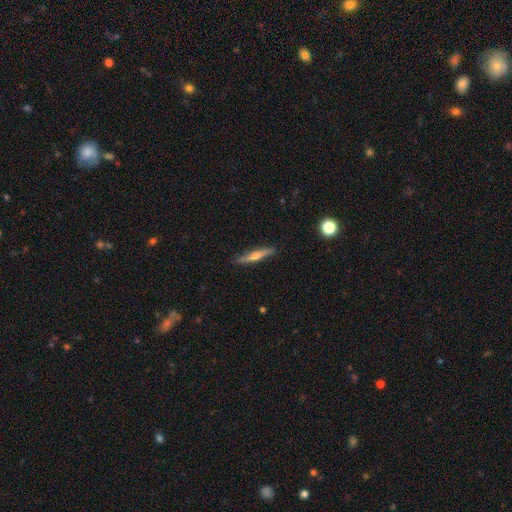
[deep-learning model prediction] Smooth or featured?
  - featured or disk: 51% *
  - smooth: 43%
  - star or artifact: 6%
Edge-on disk?
  - yes: 96% *
  - no: 4%
Merging?
  - none: 90% *
  - minor disturbance: 8%
  - major disturbance: 1%
  - merger: 1%